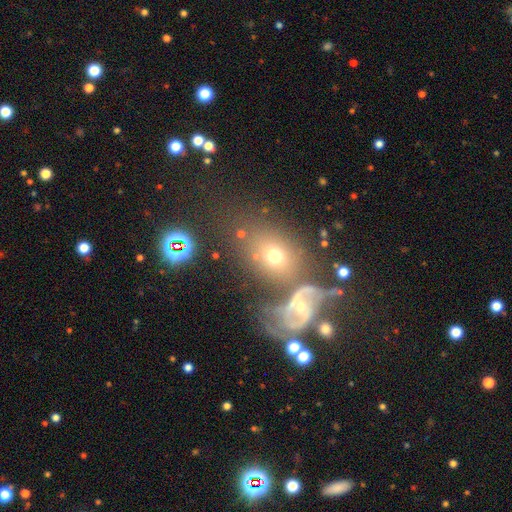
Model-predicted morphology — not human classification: A smooth galaxy with no disk features (51%) that is in between round and cigar-shaped (55%).

Vote fractions:
- Smooth or featured? smooth: 51% / featured or disk: 34% / star or artifact: 15%
- How rounded? in between: 55% / round: 44% / cigar-shaped: 2%
- Merging? none: 43% / merger: 28% / minor disturbance: 16% / major disturbance: 13%